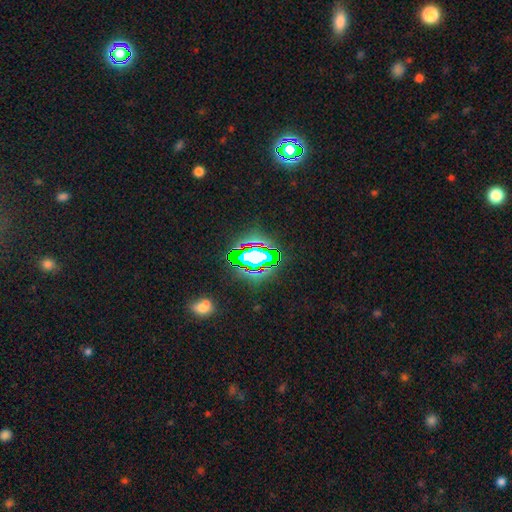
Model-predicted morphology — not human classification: This appears to be a star or artifact, not a galaxy (63%).